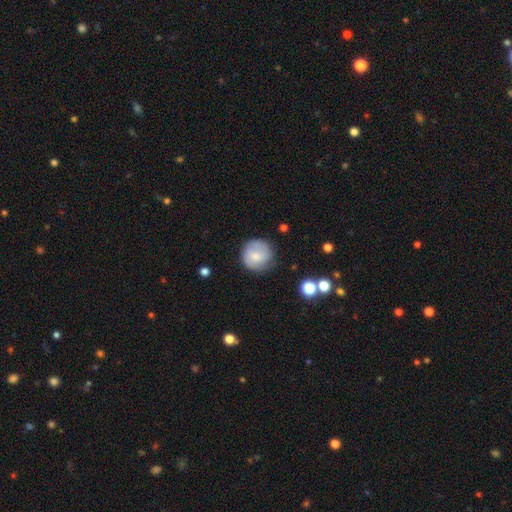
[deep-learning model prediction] A smooth galaxy with no disk features (64%) that is round (92%). Merging: none (70%).